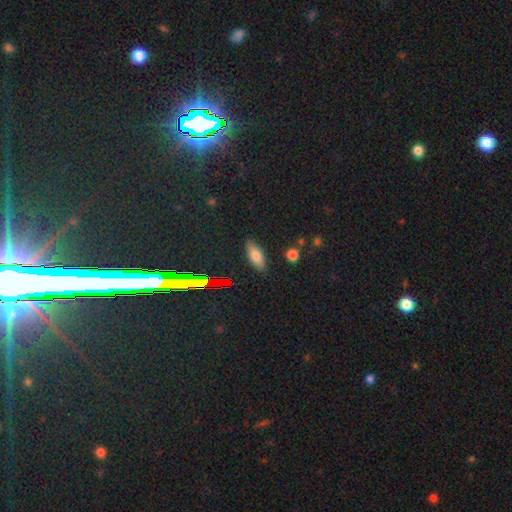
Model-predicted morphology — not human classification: A smooth galaxy with no disk features (71%) that is in between round and cigar-shaped (76%).

Vote fractions:
- Smooth or featured? smooth: 71% / featured or disk: 15% / star or artifact: 13%
- How rounded? in between: 76% / cigar-shaped: 20% / round: 4%
- Merging? none: 85% / minor disturbance: 11% / major disturbance: 3% / merger: 2%